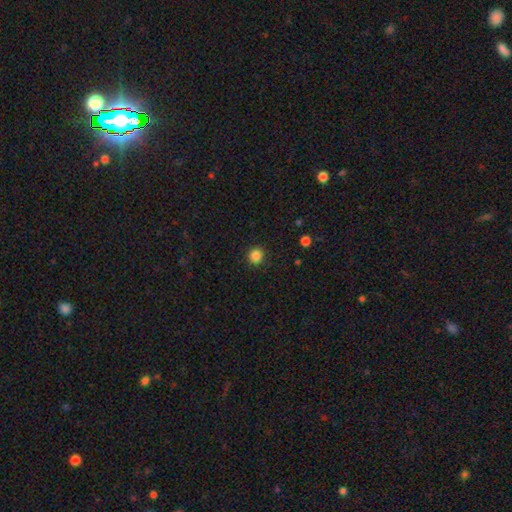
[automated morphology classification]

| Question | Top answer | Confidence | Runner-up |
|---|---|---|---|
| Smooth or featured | smooth | 85% | star or artifact (12%) |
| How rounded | round | 93% | in between (6%) |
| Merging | none | 91% | minor disturbance (6%) |